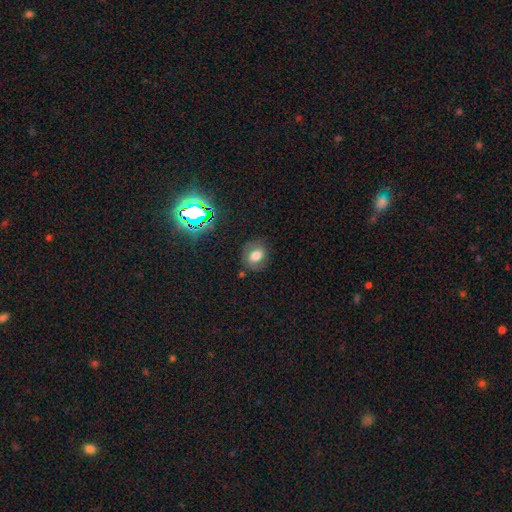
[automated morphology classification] A smooth galaxy with no disk features (66%) that is round (50%).

Vote fractions:
- Smooth or featured? smooth: 66% / featured or disk: 19% / star or artifact: 15%
- How rounded? round: 50% / in between: 49% / cigar-shaped: 1%
- Merging? none: 79% / minor disturbance: 14% / major disturbance: 5% / merger: 2%